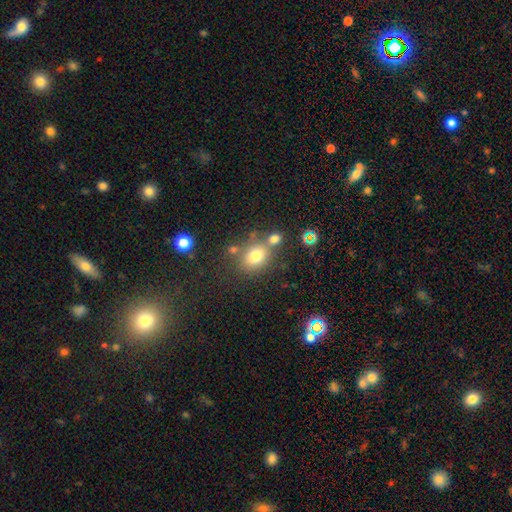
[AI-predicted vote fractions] This appears to be a smooth galaxy with no disk features (75%) that is round (53%). Merging: none (60%).